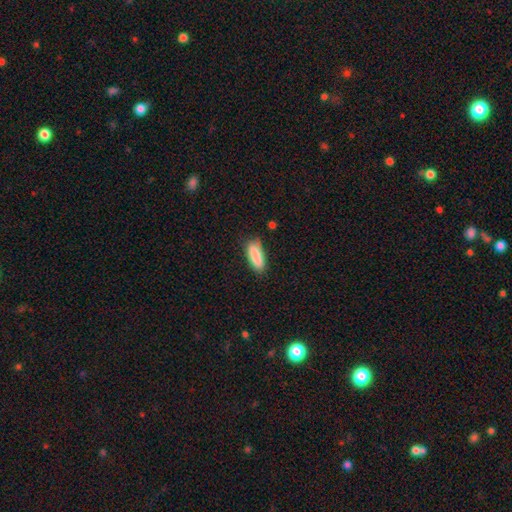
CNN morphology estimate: A smooth galaxy with no disk features (88%) that is in between round and cigar-shaped (60%). Merging: none (78%).